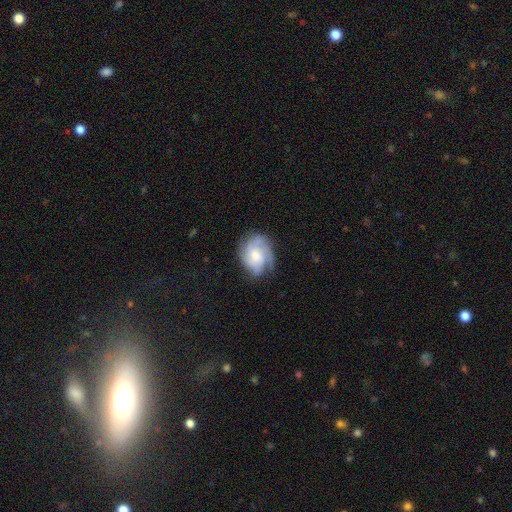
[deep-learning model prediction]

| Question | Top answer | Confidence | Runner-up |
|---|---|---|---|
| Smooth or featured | featured or disk | 69% | smooth (24%) |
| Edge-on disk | no | 97% | yes (3%) |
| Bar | no | 70% | weak (26%) |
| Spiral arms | yes | 92% | no (8%) |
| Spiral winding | tight | 47% | medium (39%) |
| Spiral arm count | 3 | 33% | can't tell (27%) |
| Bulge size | moderate | 47% | small (37%) |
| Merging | none | 63% | minor disturbance (24%) |